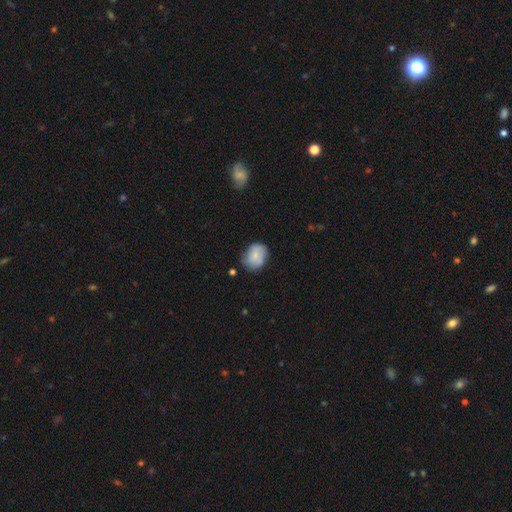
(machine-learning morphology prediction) Smooth or featured? Predicted: smooth (p=0.75). How rounded? Predicted: in between (p=0.56). Merging? Predicted: none (p=0.65).